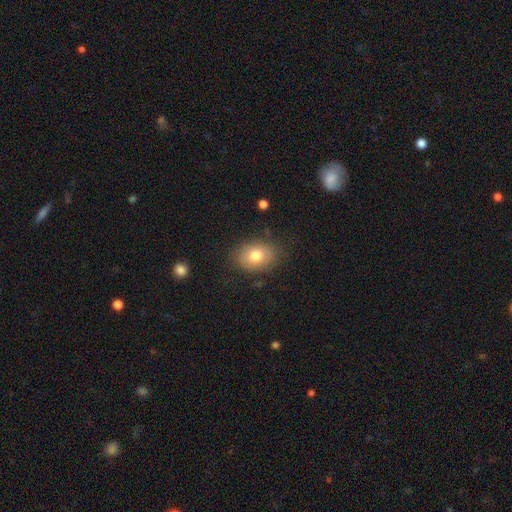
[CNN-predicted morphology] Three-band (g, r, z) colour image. It shows a smooth galaxy with no disk features (77%) that is in between round and cigar-shaped (67%). Merging: none (81%).